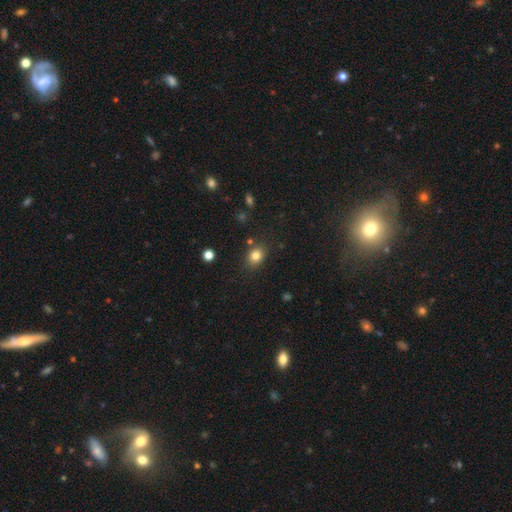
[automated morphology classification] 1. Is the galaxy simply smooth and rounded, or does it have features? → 81% smooth, 12% star or artifact, 7% featured or disk.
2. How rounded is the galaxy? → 51% in between, 48% round, 1% cigar-shaped.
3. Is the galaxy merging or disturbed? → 82% none, 11% minor disturbance, 4% merger, 3% major disturbance.